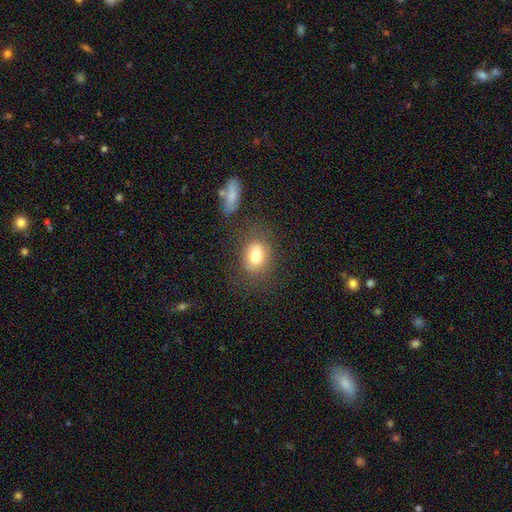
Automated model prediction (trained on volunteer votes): smooth-or-featured: smooth: 77% | featured or disk: 13% | star or artifact: 10%
  how-rounded: in between: 57% | round: 42% | cigar-shaped: 1%
  merging: none: 72% | minor disturbance: 16% | major disturbance: 7% | merger: 5%